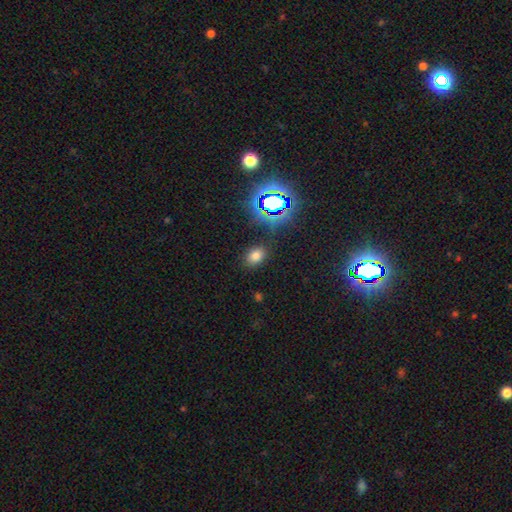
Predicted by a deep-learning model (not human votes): smooth_or_featured: smooth (p=0.70) [alt: star or artifact p=0.22]
how_rounded: in between (p=0.72) [alt: round p=0.27]
merging: none (p=0.85) [alt: minor disturbance p=0.10]